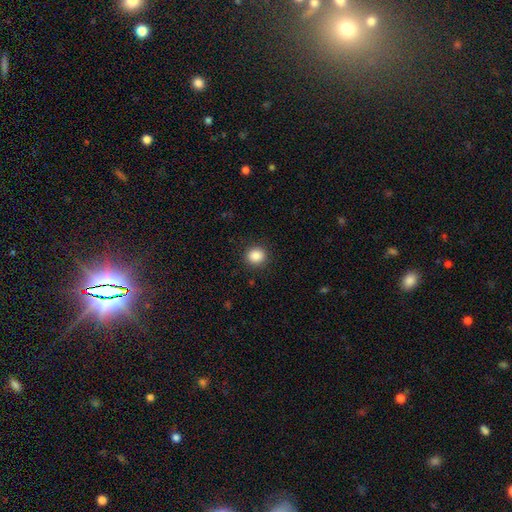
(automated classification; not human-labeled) Smooth or featured? Predicted: smooth (p=0.87). How rounded? Predicted: round (p=0.83). Merging? Predicted: none (p=0.90).